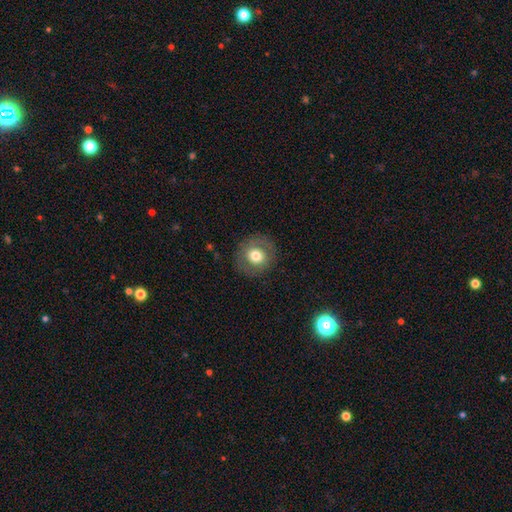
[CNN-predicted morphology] Smooth or featured?
  - smooth: 68% *
  - featured or disk: 23%
  - star or artifact: 9%
How rounded?
  - round: 90% *
  - in between: 9%
  - cigar-shaped: 1%
Merging?
  - none: 86% *
  - minor disturbance: 9%
  - major disturbance: 4%
  - merger: 1%